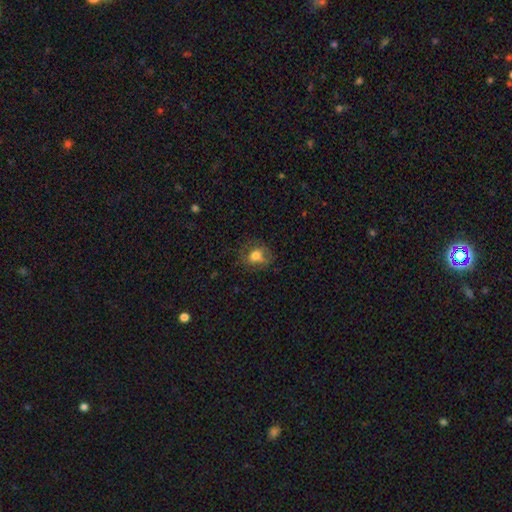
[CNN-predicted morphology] Smooth or featured? Predicted: smooth (p=0.67). How rounded? Predicted: round (p=0.49, tied with in between). Merging? Predicted: none (p=0.61).